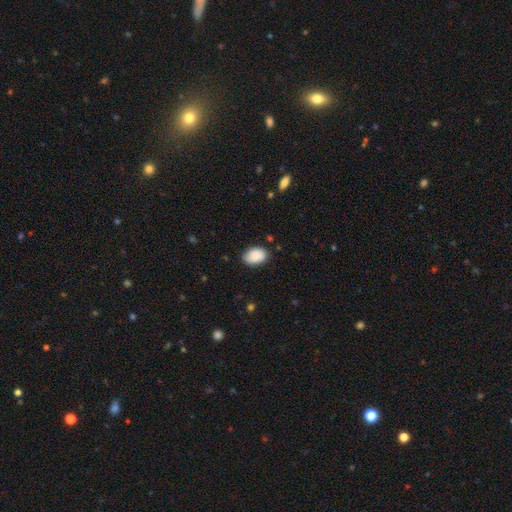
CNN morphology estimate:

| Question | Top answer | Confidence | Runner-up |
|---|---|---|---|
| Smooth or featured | smooth | 86% | star or artifact (7%) |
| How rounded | in between | 85% | round (14%) |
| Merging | none | 75% | minor disturbance (20%) |